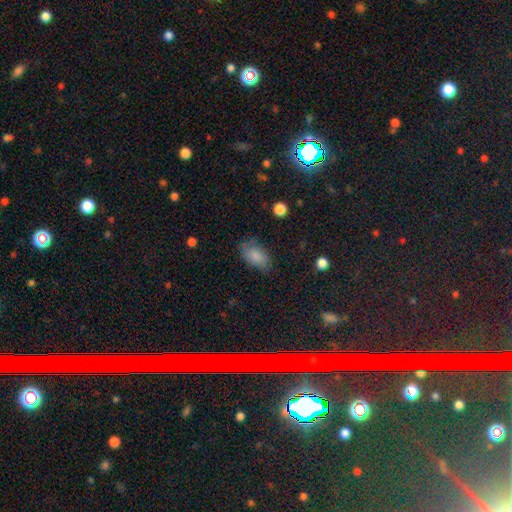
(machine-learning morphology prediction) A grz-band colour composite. It shows a smooth galaxy with no disk features (82%) that is in between round and cigar-shaped (92%). Merging: none (68%).